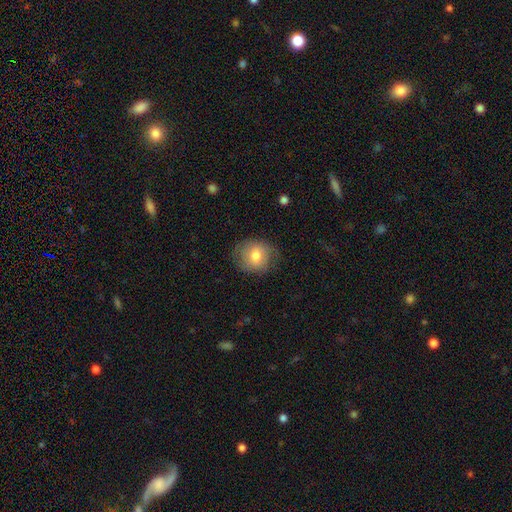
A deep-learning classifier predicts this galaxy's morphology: Q: Smooth or featured?
A: smooth (73%); runner-up: featured or disk (19%)
Q: How rounded?
A: round (70%); runner-up: in between (29%)
Q: Merging?
A: none (71%); runner-up: minor disturbance (21%)